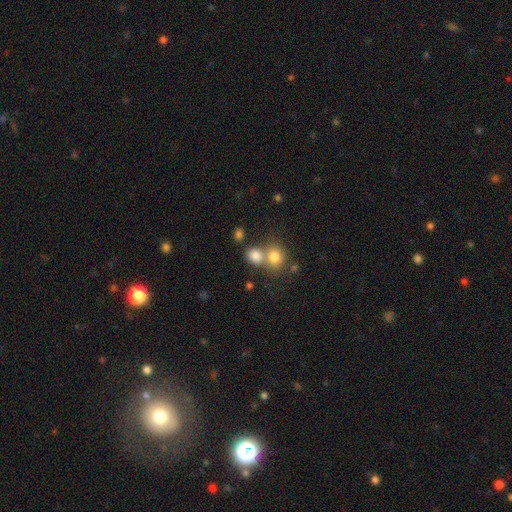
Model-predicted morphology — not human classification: Smooth or featured? Predicted: smooth (p=0.80). How rounded? Predicted: round (p=0.62). Merging? Predicted: merger (p=0.47).